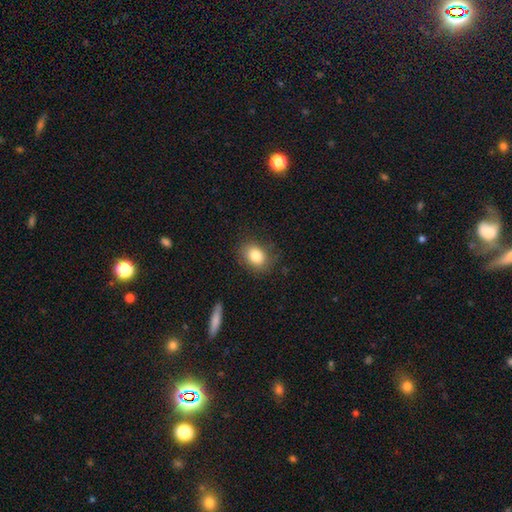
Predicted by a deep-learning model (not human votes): This is clearly a smooth galaxy (83%). How rounded: possibly in between (59%). Merging: clearly none (81%).